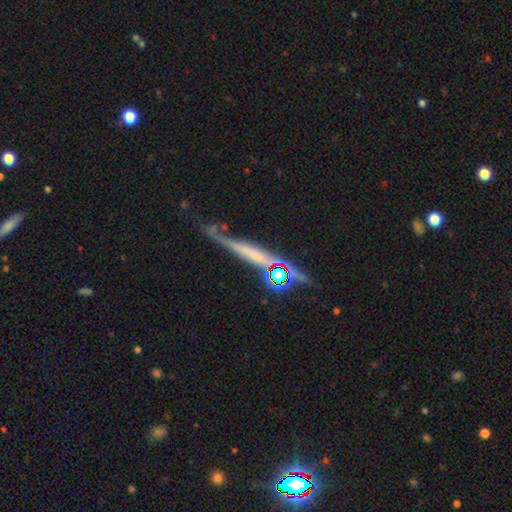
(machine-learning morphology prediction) smooth-or-featured: featured or disk: 51% | smooth: 27% | star or artifact: 22%
  disk-edge-on: yes: 82% | no: 18%
  merging: none: 55% | minor disturbance: 22% | major disturbance: 14% | merger: 9%